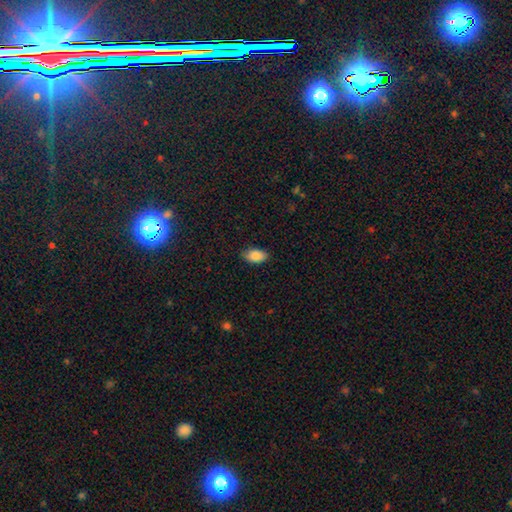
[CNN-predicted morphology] Smooth or featured? Predicted: smooth (p=0.88). How rounded? Predicted: in between (p=0.93). Merging? Predicted: none (p=0.85).